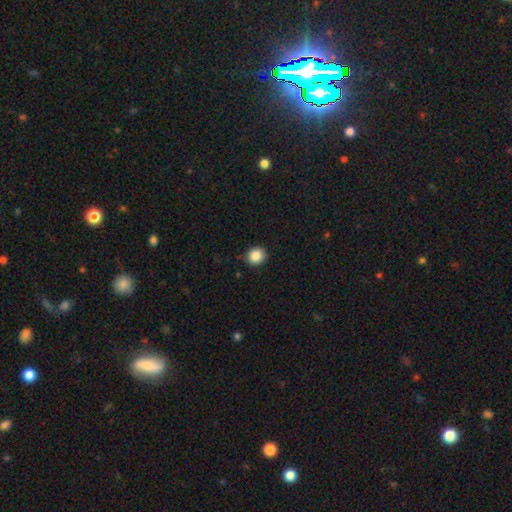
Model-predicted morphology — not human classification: The model was most divided on "how rounded": round: 88%, in between: 11%, cigar-shaped: 1%. More confident: merging — none (92%); smooth or featured — smooth (87%).